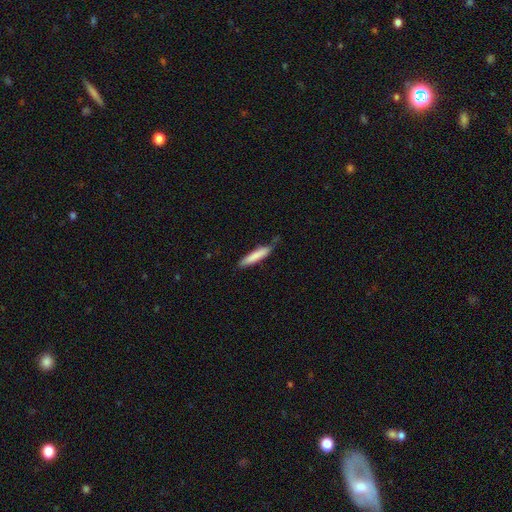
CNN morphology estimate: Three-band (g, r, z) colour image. It shows a smooth galaxy with no disk features (80%) that is cigar-shaped (87%). Merging: none (69%).